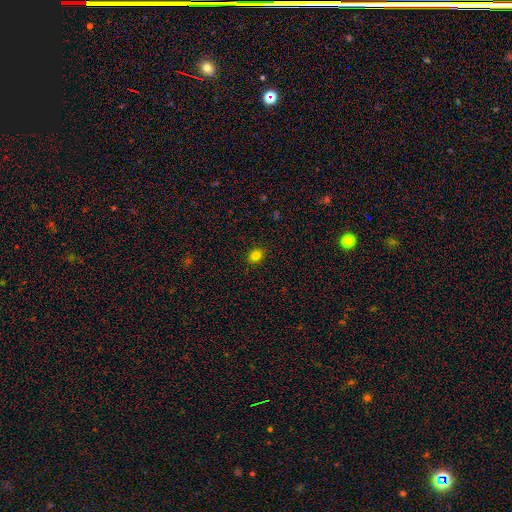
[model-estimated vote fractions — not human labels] Smooth or featured?
  - smooth: 82% *
  - star or artifact: 13%
  - featured or disk: 5%
How rounded?
  - round: 55% *
  - in between: 44%
  - cigar-shaped: 1%
Merging?
  - none: 90% *
  - minor disturbance: 7%
  - major disturbance: 2%
  - merger: 1%